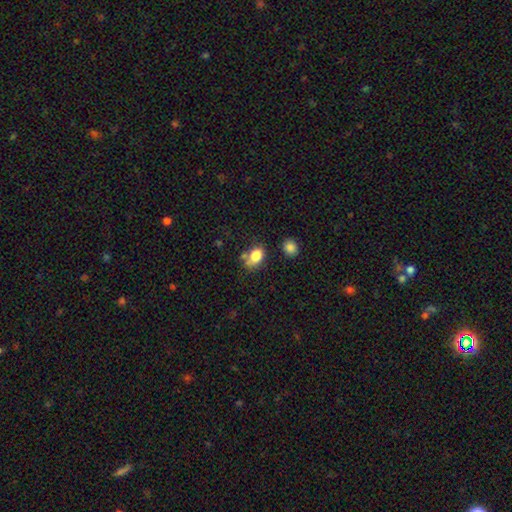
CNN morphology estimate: Smooth or featured?
  - smooth: 81% *
  - star or artifact: 10%
  - featured or disk: 9%
How rounded?
  - in between: 77% *
  - round: 22%
  - cigar-shaped: 2%
Merging?
  - none: 53% *
  - minor disturbance: 21%
  - merger: 18%
  - major disturbance: 7%